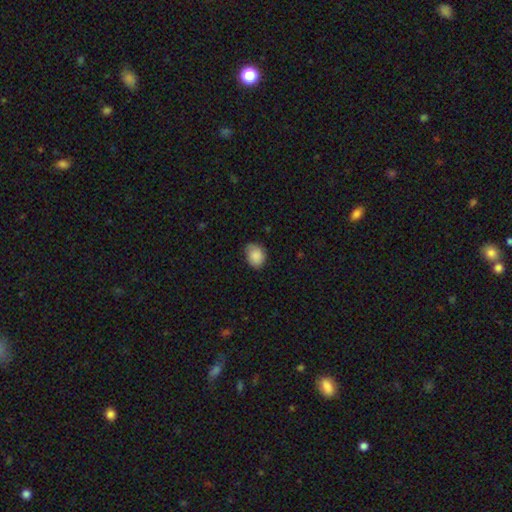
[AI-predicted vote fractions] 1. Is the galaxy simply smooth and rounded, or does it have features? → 86% smooth, 7% star or artifact, 7% featured or disk.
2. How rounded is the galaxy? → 57% in between, 42% round, 1% cigar-shaped.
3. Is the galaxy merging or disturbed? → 65% none, 29% minor disturbance, 5% major disturbance, 1% merger.